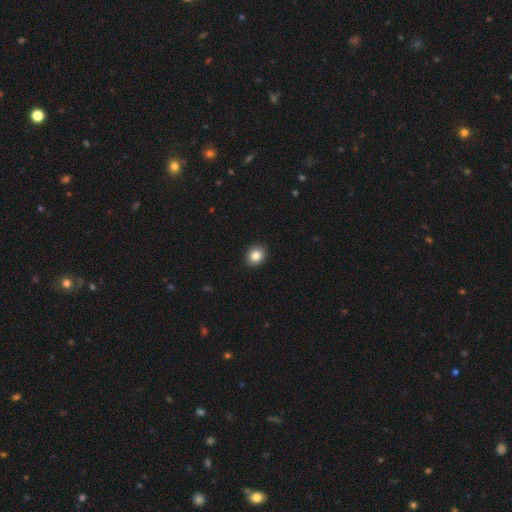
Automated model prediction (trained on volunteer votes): Smooth or featured? Predicted: smooth (p=0.85). How rounded? Predicted: round (p=0.70). Merging? Predicted: none (p=0.92).